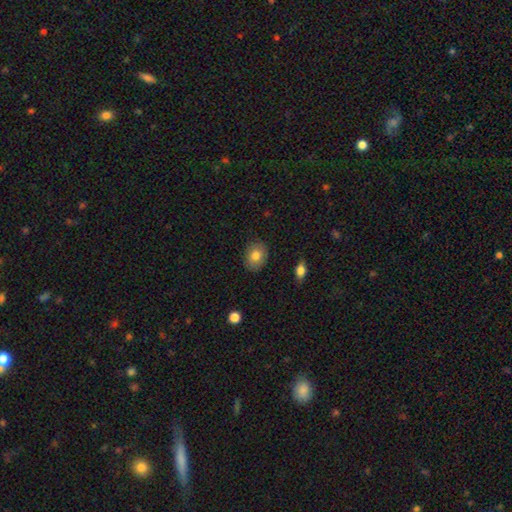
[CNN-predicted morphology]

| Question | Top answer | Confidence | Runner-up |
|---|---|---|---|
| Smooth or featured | smooth | 80% | featured or disk (12%) |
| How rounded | in between | 60% | round (39%) |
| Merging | none | 87% | minor disturbance (10%) |